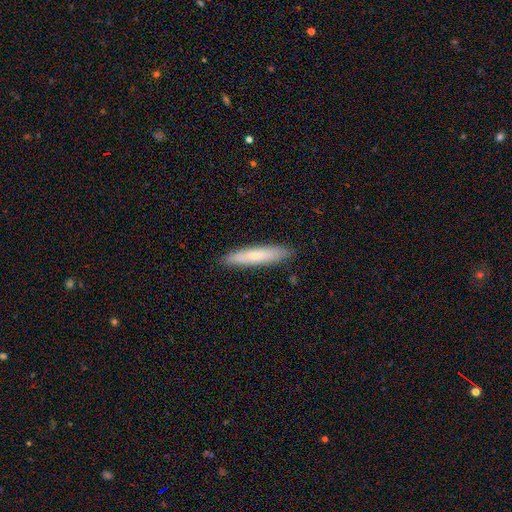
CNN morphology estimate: type=smooth (66%); roundness=cigar-shaped (86%); merging=none (89%).